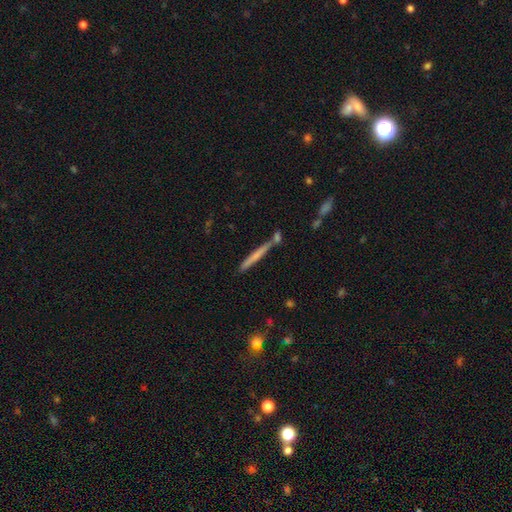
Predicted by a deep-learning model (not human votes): This appears to be a smooth galaxy with no disk features (54%) that is cigar-shaped (96%). Merging: none (77%).